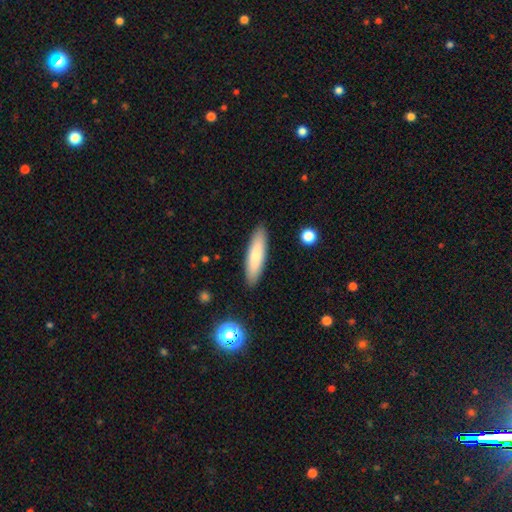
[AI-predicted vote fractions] Smooth or featured?
  - smooth: 79% *
  - featured or disk: 15%
  - star or artifact: 6%
How rounded?
  - cigar-shaped: 72% *
  - in between: 27%
  - round: 1%
Merging?
  - none: 89% *
  - minor disturbance: 8%
  - major disturbance: 2%
  - merger: 1%